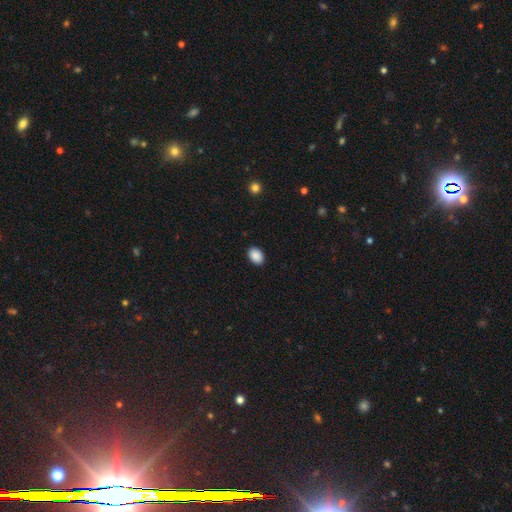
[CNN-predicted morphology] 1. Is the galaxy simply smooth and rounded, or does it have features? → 90% smooth, 7% star or artifact, 2% featured or disk.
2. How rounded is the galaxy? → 81% in between, 18% round, 1% cigar-shaped.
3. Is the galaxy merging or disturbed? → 90% none, 7% minor disturbance, 2% major disturbance, 1% merger.